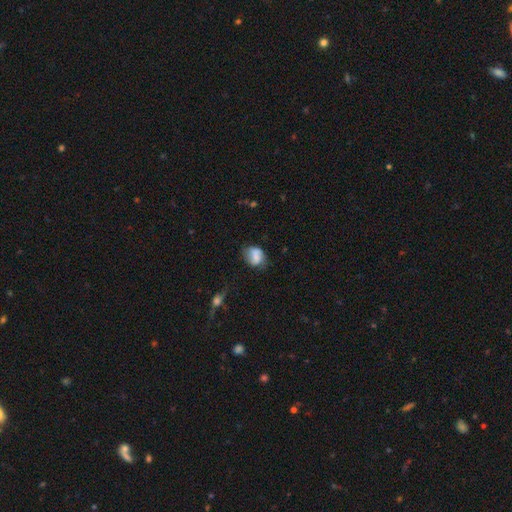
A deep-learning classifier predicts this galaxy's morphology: Smooth or featured? Predicted: smooth (p=0.61). How rounded? Predicted: in between (p=0.63). Merging? Predicted: none (p=0.50).